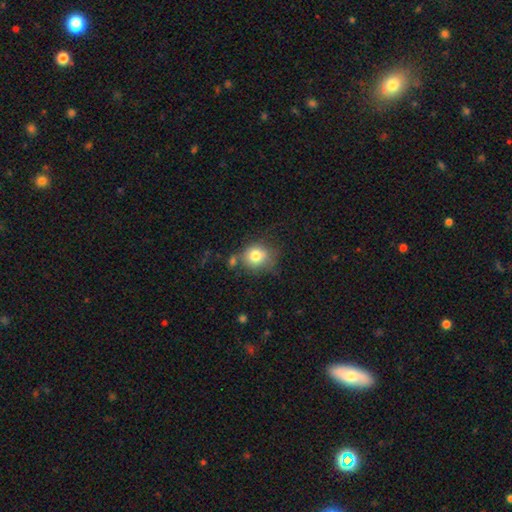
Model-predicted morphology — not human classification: type=smooth (79%); roundness=round (76%); merging=none (59%).